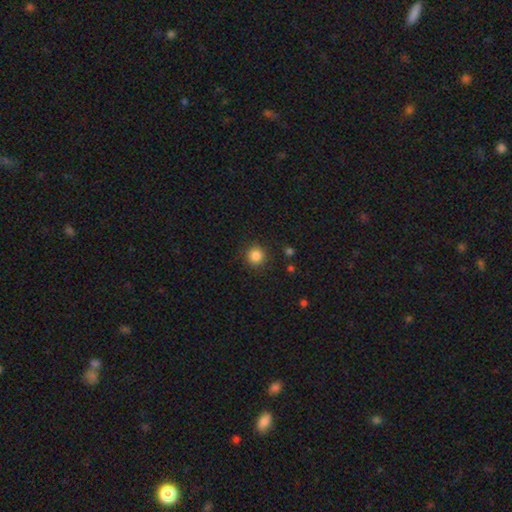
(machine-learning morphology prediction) Q: Smooth or featured?
A: smooth (85%); runner-up: star or artifact (11%)
Q: How rounded?
A: round (94%); runner-up: in between (5%)
Q: Merging?
A: none (89%); runner-up: minor disturbance (7%)